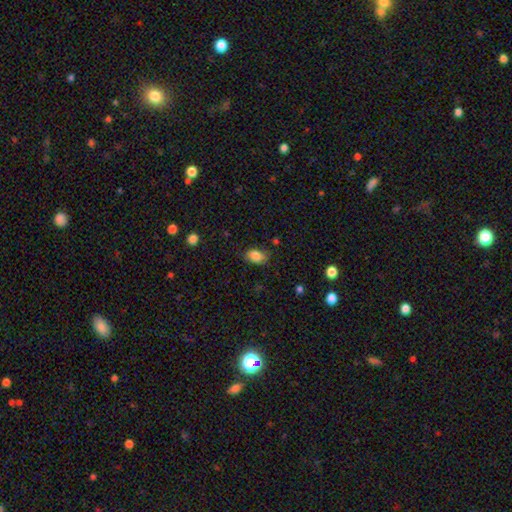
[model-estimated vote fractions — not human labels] The model was most divided on "merging": none: 74%, minor disturbance: 20%, major disturbance: 4%, merger: 2%. More confident: how rounded — in between (86%); smooth or featured — smooth (84%).